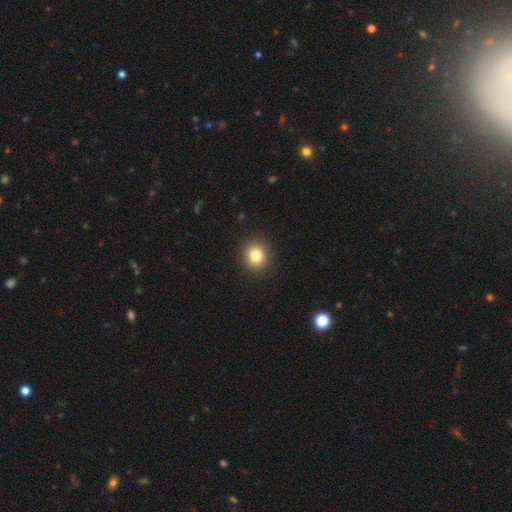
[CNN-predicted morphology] Smooth or featured?
  - smooth: 82% *
  - star or artifact: 11%
  - featured or disk: 7%
How rounded?
  - round: 75% *
  - in between: 24%
  - cigar-shaped: 1%
Merging?
  - none: 91% *
  - minor disturbance: 6%
  - major disturbance: 2%
  - merger: 1%